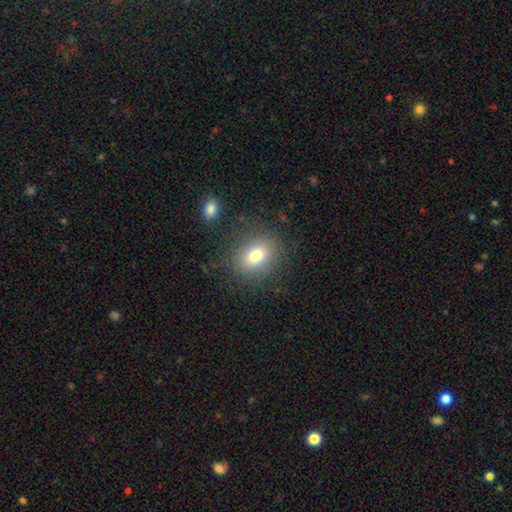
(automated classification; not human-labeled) Q: Smooth or featured?
A: smooth (76%); runner-up: featured or disk (13%)
Q: How rounded?
A: in between (55%); runner-up: round (43%)
Q: Merging?
A: none (83%); runner-up: minor disturbance (10%)